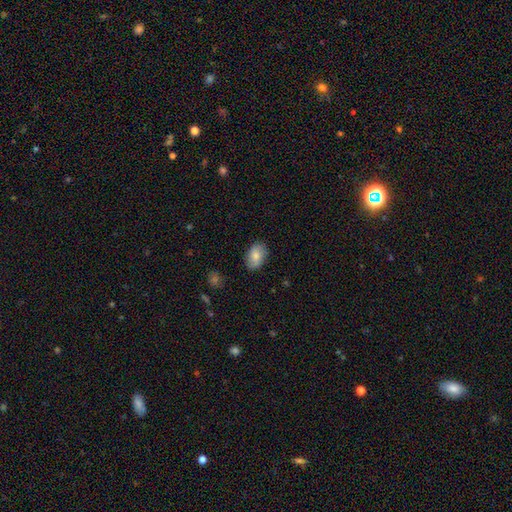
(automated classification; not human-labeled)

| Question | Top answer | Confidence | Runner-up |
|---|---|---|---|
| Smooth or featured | smooth | 81% | featured or disk (13%) |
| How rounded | in between | 90% | round (8%) |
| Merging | none | 84% | minor disturbance (13%) |